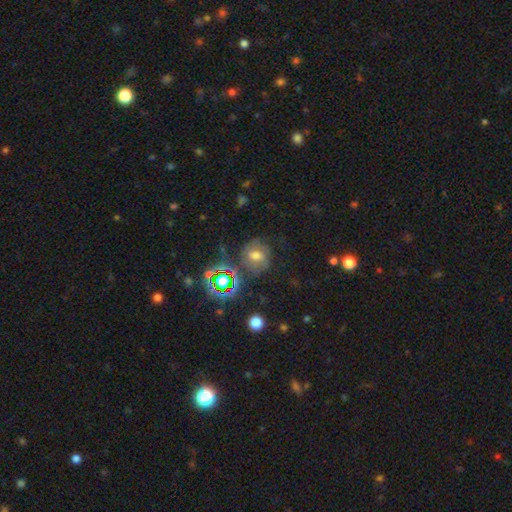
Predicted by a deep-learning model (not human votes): smooth-or-featured: smooth: 43% | featured or disk: 32% | star or artifact: 25%
  merging: none: 63% | minor disturbance: 20% | major disturbance: 13% | merger: 4%